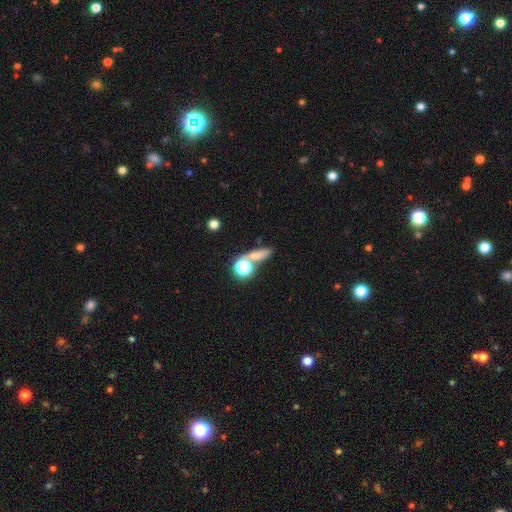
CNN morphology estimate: The model was most divided on "how rounded": cigar-shaped: 41%, round: 31%, in between: 28%. More confident: smooth or featured — smooth (61%); merging — none (57%).